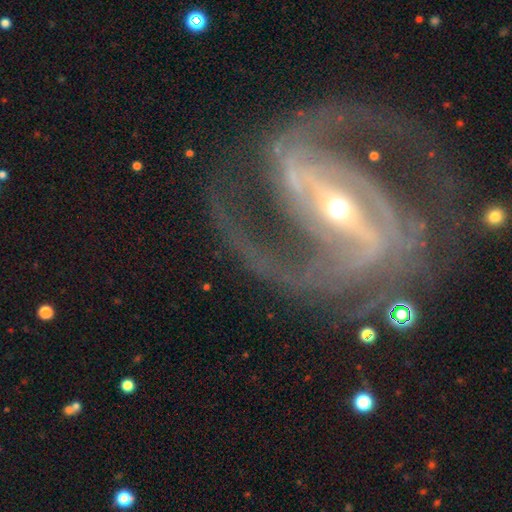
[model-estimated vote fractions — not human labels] smooth_or_featured: featured or disk (p=0.92) [alt: star or artifact p=0.05]
disk_edge_on: no (p=0.97) [alt: yes p=0.03]
bar: strong (p=0.76) [alt: weak p=0.17]
has_spiral_arms: yes (p=0.98) [alt: no p=0.02]
spiral_winding: medium (p=0.55) [alt: tight p=0.25]
spiral_arm_count: 2 (p=0.78) [alt: 3 p=0.08]
bulge_size: small (p=0.61) [alt: moderate p=0.35]
merging: none (p=0.63) [alt: major disturbance p=0.19]